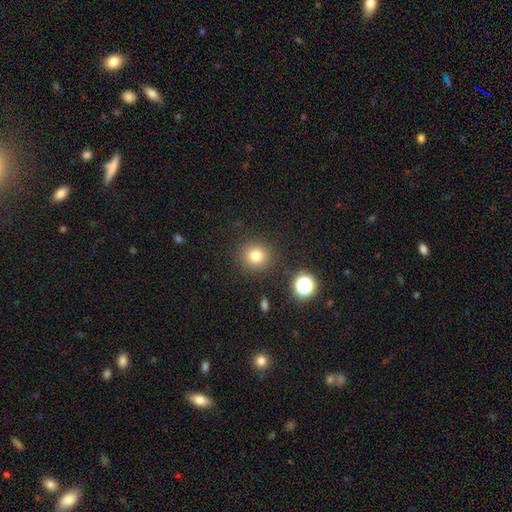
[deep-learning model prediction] Smooth or featured? Predicted: smooth (p=0.78). How rounded? Predicted: round (p=0.92). Merging? Predicted: none (p=0.88).